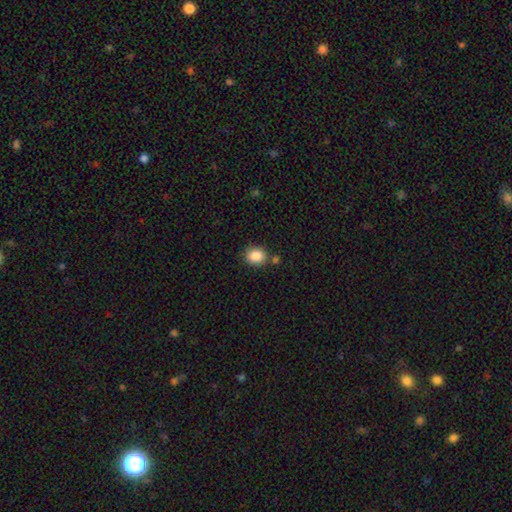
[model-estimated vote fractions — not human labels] A smooth galaxy with no disk features (86%) that is round (62%).

Vote fractions:
- Smooth or featured? smooth: 86% / star or artifact: 9% / featured or disk: 5%
- How rounded? round: 62% / in between: 37% / cigar-shaped: 1%
- Merging? none: 76% / minor disturbance: 12% / merger: 9% / major disturbance: 3%